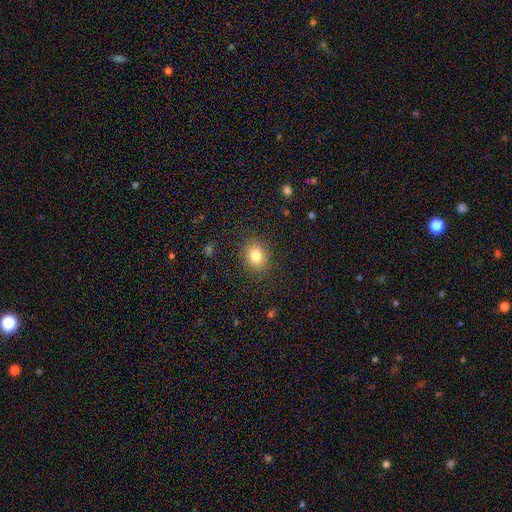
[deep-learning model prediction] This is clearly a smooth galaxy (81%). How rounded: likely round (61%). Merging: clearly none (87%).